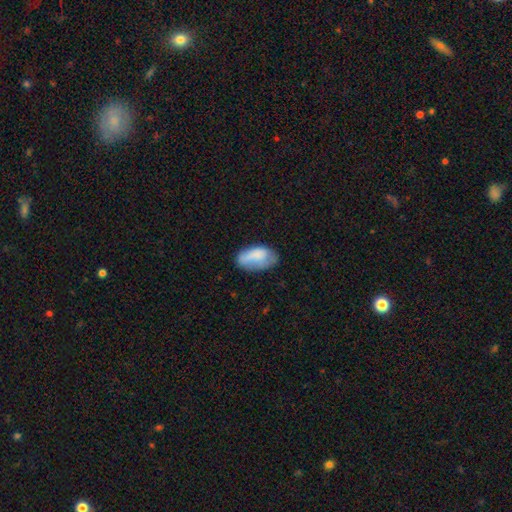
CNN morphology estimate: smooth-or-featured: smooth: 76% | featured or disk: 16% | star or artifact: 7%
  how-rounded: in between: 94% | round: 4% | cigar-shaped: 3%
  merging: none: 53% | minor disturbance: 31% | major disturbance: 12% | merger: 3%